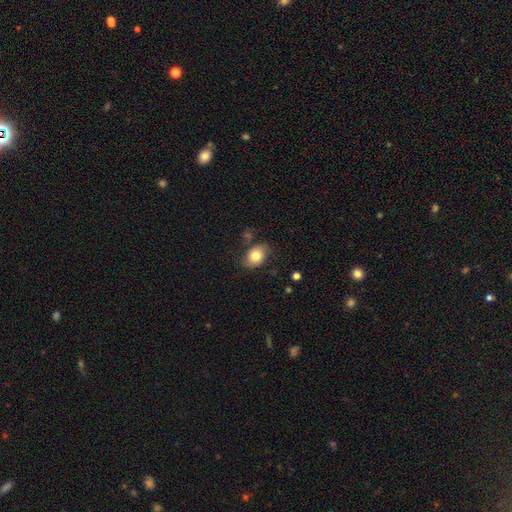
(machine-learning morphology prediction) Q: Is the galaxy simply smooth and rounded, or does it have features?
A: smooth — 73%.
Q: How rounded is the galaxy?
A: in between — 70%.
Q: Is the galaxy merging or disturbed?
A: none — 68%.